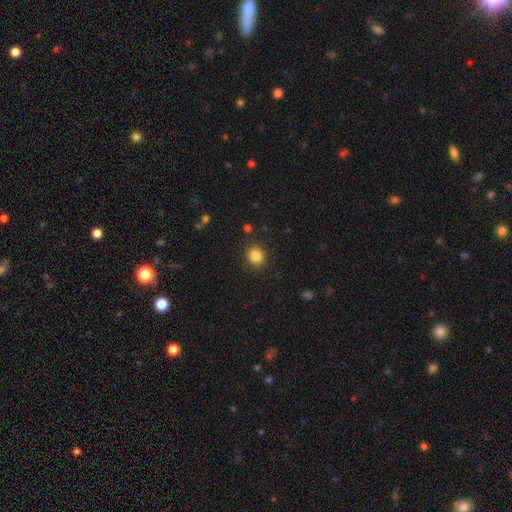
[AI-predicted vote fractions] Smooth or featured? Predicted: smooth (p=0.84). How rounded? Predicted: round (p=0.82). Merging? Predicted: none (p=0.89).